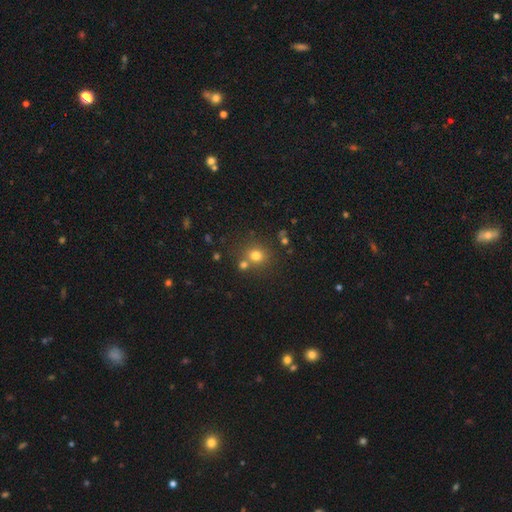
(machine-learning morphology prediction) Smooth or featured: smooth — 74% (star or artifact — 17%)
How rounded: round — 83% (in between — 16%)
Merging: none — 67% (merger — 21%)